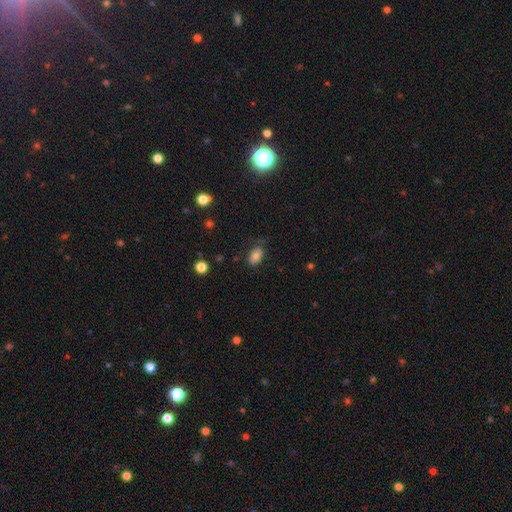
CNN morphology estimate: This is likely a smooth galaxy (78%). How rounded: clearly in between (89%). Merging: likely none (71%).